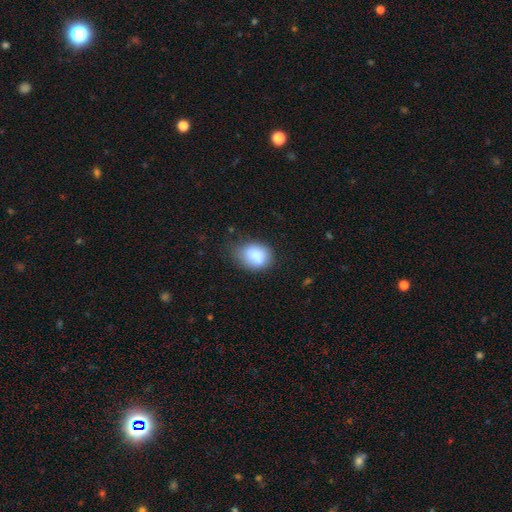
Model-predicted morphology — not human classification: The model was most divided on "merging": none: 56%, minor disturbance: 31%, major disturbance: 9%, merger: 4%. More confident: smooth or featured — smooth (84%); how rounded — in between (66%).